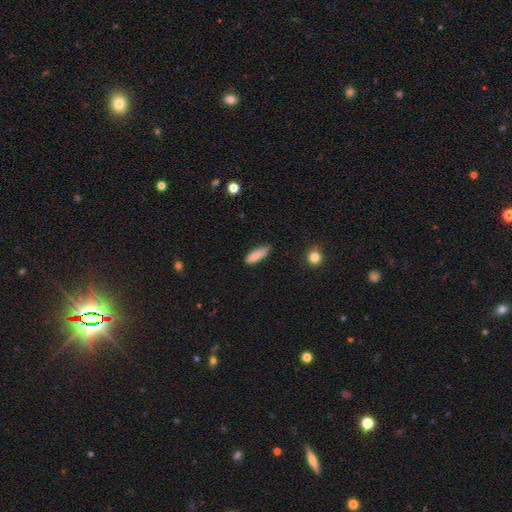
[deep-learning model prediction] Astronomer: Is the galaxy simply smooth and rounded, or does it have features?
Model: smooth — 87%.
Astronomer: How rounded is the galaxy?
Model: in between — 51% (runner-up: cigar-shaped, 47%).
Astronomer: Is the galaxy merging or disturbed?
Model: none — 69%.